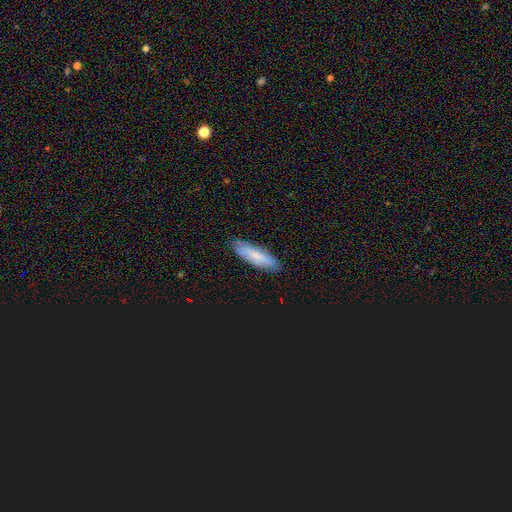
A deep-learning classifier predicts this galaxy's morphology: smooth_or_featured: smooth (p=0.65) [alt: featured or disk p=0.26]
how_rounded: cigar-shaped (p=0.58) [alt: in between p=0.40]
merging: none (p=0.84) [alt: minor disturbance p=0.12]